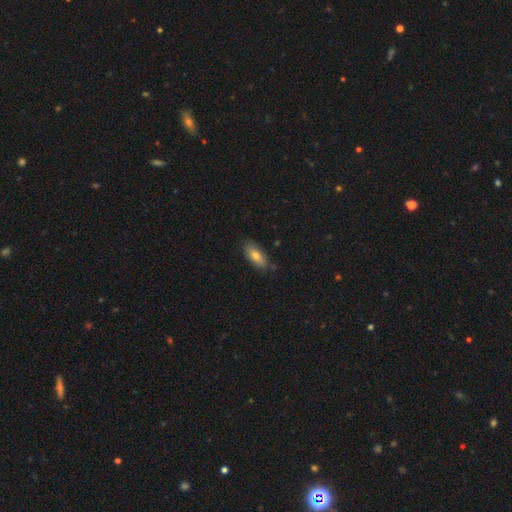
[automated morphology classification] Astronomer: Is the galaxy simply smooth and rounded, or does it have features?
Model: smooth — 75%.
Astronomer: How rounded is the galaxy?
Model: in between — 84%.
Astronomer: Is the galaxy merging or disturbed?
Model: none — 78%.